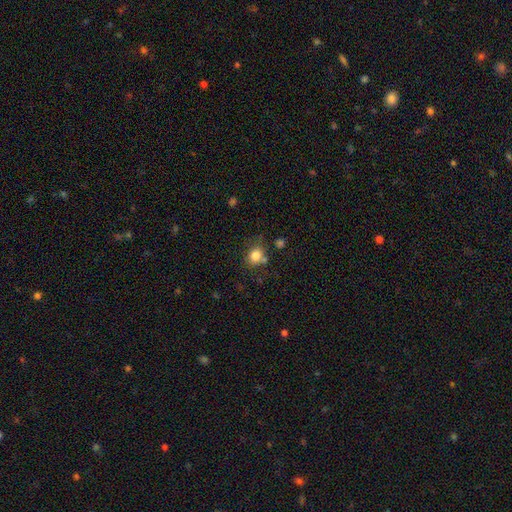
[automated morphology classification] smooth 82%, star or artifact 11%, featured or disk 7%. Down the decision tree: how rounded — round (62%); merging — none (66%).